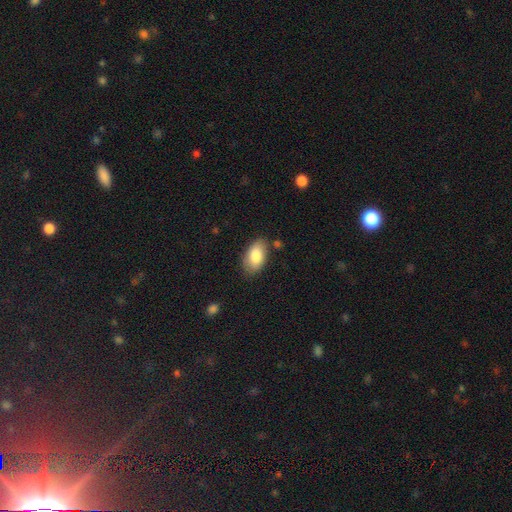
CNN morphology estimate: smooth-or-featured: smooth: 84% | featured or disk: 9% | star or artifact: 6%
  how-rounded: in between: 94% | round: 4% | cigar-shaped: 2%
  merging: none: 77% | minor disturbance: 17% | major disturbance: 3% | merger: 3%